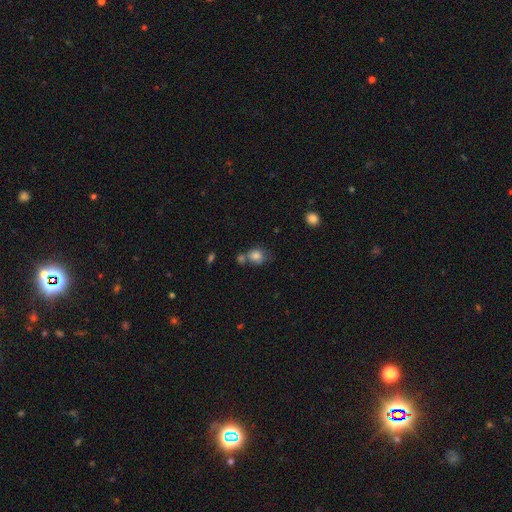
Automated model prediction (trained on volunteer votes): A smooth galaxy with no disk features (80%) that is round (62%).

Vote fractions:
- Smooth or featured? smooth: 80% / star or artifact: 10% / featured or disk: 10%
- How rounded? round: 62% / in between: 37% / cigar-shaped: 1%
- Merging? none: 41% / merger: 30% / minor disturbance: 20% / major disturbance: 9%